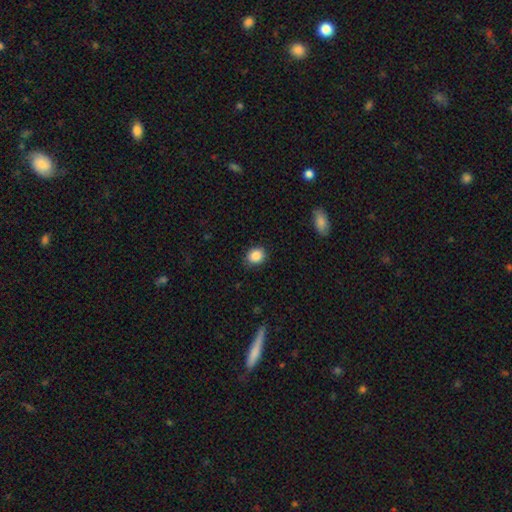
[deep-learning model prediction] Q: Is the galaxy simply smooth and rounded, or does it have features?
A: smooth — 87%.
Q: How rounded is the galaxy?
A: round — 70%.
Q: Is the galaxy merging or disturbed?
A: none — 86%.